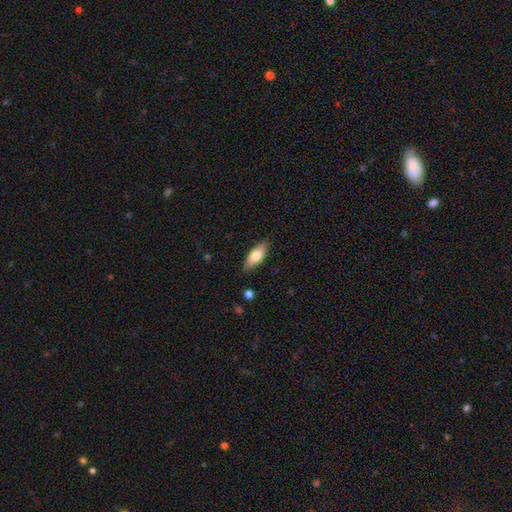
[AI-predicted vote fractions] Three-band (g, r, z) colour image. It shows a smooth galaxy with no disk features (75%) that is in between round and cigar-shaped (76%). Merging: none (86%).